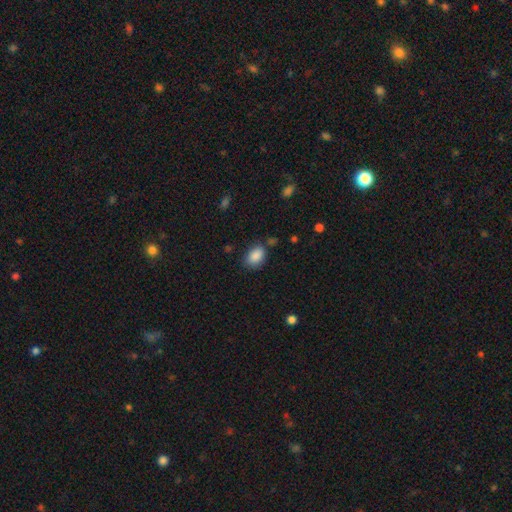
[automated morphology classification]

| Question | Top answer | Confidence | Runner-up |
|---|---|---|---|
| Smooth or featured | smooth | 88% | star or artifact (8%) |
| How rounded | in between | 82% | round (16%) |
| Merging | none | 73% | minor disturbance (19%) |